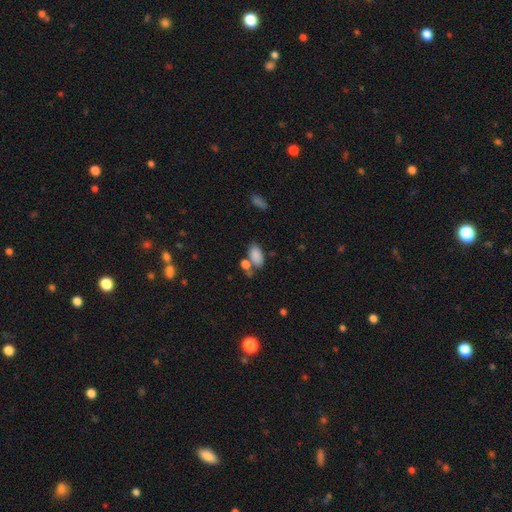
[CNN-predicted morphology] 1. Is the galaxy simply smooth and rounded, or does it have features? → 85% smooth, 8% star or artifact, 6% featured or disk.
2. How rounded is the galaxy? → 93% in between, 4% round, 2% cigar-shaped.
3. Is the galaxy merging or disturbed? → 55% none, 24% merger, 15% minor disturbance, 6% major disturbance.